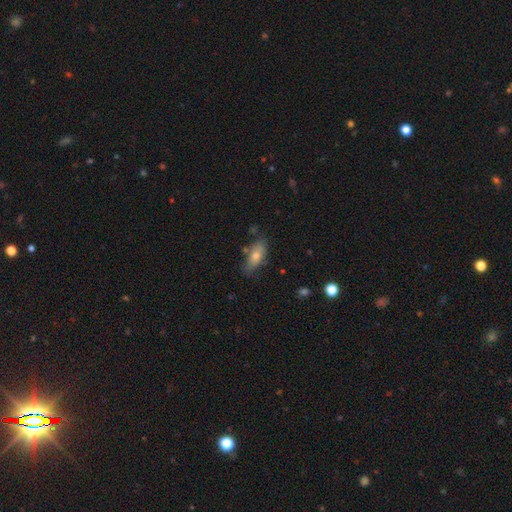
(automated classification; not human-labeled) This appears to be a smooth galaxy with no disk features (65%) that is in between round and cigar-shaped (73%). Merging: none (70%).